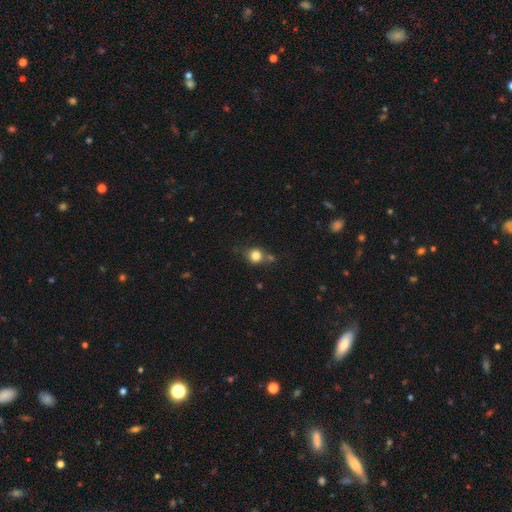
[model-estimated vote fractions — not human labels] The model was most divided on "merging": none: 65%, merger: 17%, minor disturbance: 14%, major disturbance: 5%. More confident: how rounded — round (85%); smooth or featured — smooth (82%).